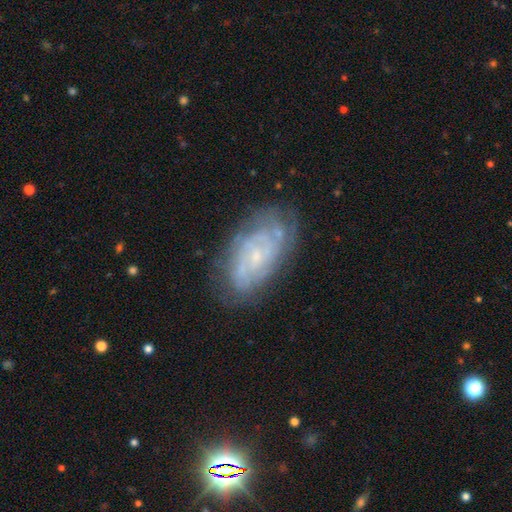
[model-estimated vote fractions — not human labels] Smooth or featured? Predicted: featured or disk (p=0.77). Edge-on disk? Predicted: no (p=0.95). Bar? Predicted: no (p=0.69). Spiral arms? Predicted: yes (p=0.87). Spiral winding? Predicted: tight (p=0.65). Spiral arm count? Predicted: can't tell (p=0.46). Bulge size? Predicted: small (p=0.75). Merging? Predicted: none (p=0.70).